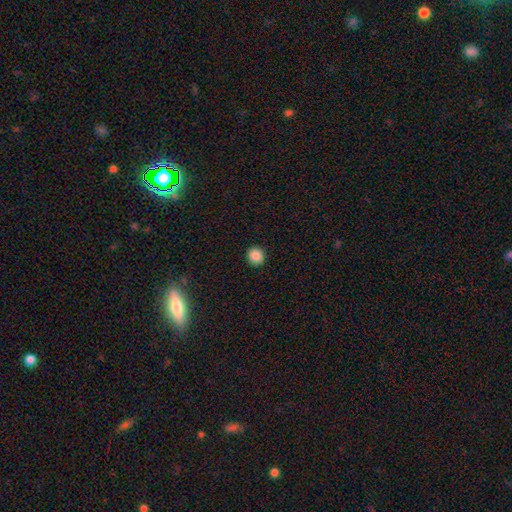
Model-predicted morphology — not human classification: Smooth or featured? smooth (86%)
How rounded? round (89%)
Merging? none (92%)